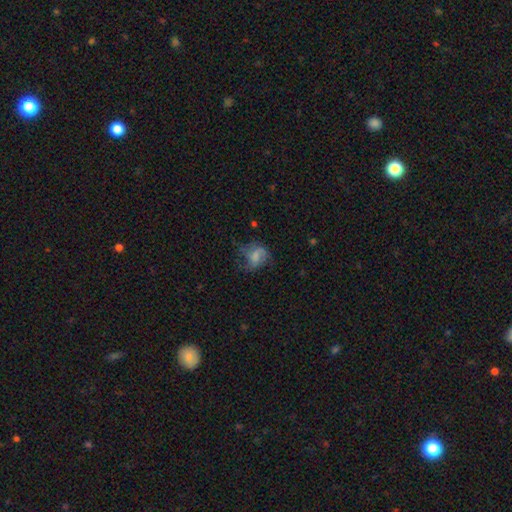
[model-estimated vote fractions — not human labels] smooth_or_featured: smooth (p=0.48) [alt: featured or disk p=0.40]
merging: none (p=0.39) [alt: major disturbance p=0.33]